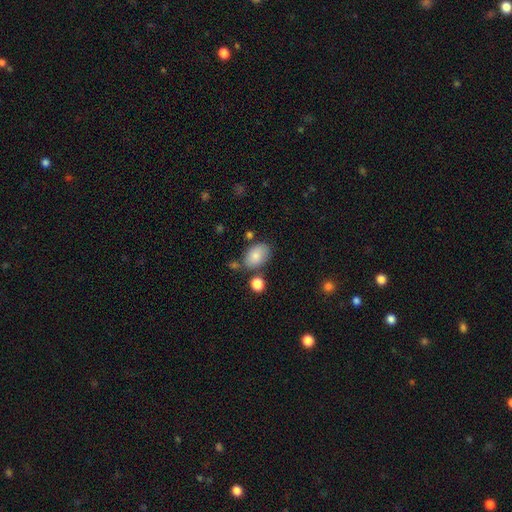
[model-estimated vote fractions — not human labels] A smooth galaxy with no disk features (81%) that is in between round and cigar-shaped (87%).

Vote fractions:
- Smooth or featured? smooth: 81% / featured or disk: 11% / star or artifact: 8%
- How rounded? in between: 87% / round: 12% / cigar-shaped: 1%
- Merging? none: 69% / minor disturbance: 18% / merger: 9% / major disturbance: 5%